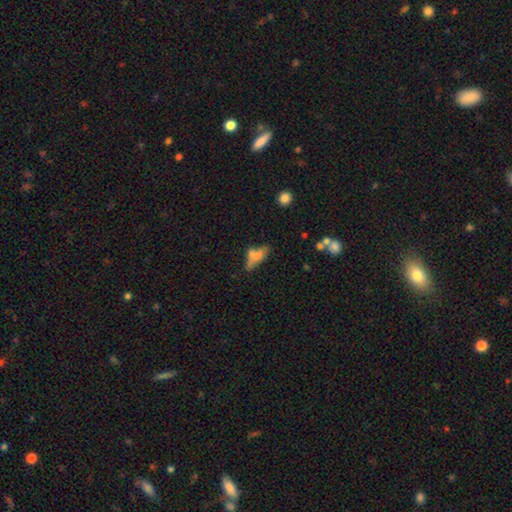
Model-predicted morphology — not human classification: smooth_or_featured: smooth (p=0.62) [alt: featured or disk p=0.27]
how_rounded: in between (p=0.64) [alt: cigar-shaped p=0.31]
merging: none (p=0.39) [alt: merger p=0.29]